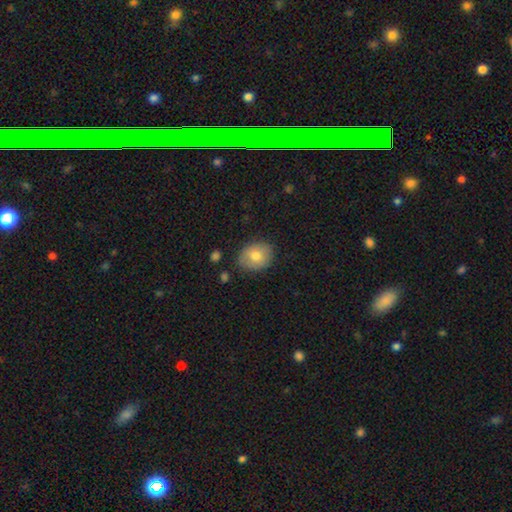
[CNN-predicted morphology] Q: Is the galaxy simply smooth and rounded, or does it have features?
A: smooth — 76%.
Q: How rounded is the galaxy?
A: round — 51%.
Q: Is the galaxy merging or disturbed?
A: none — 81%.